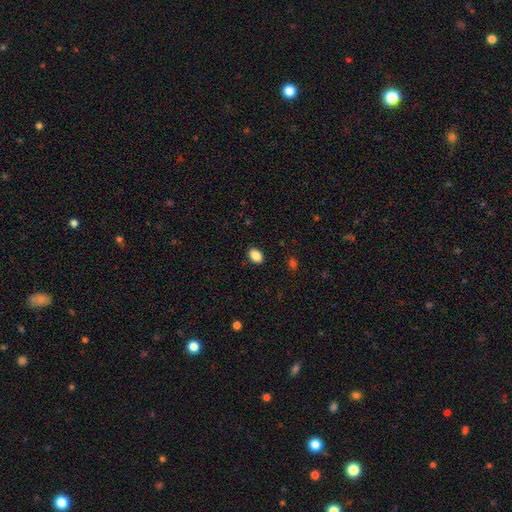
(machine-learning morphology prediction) Smooth or featured? Predicted: smooth (p=0.88). How rounded? Predicted: in between (p=0.77). Merging? Predicted: none (p=0.89).